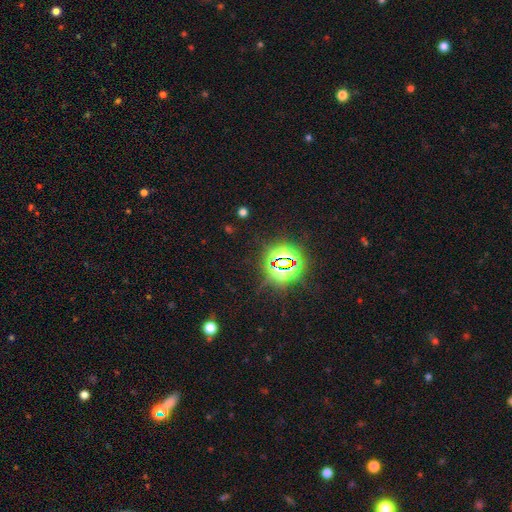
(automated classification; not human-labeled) Smooth or featured?
  - star or artifact: 83% *
  - smooth: 12%
  - featured or disk: 6%